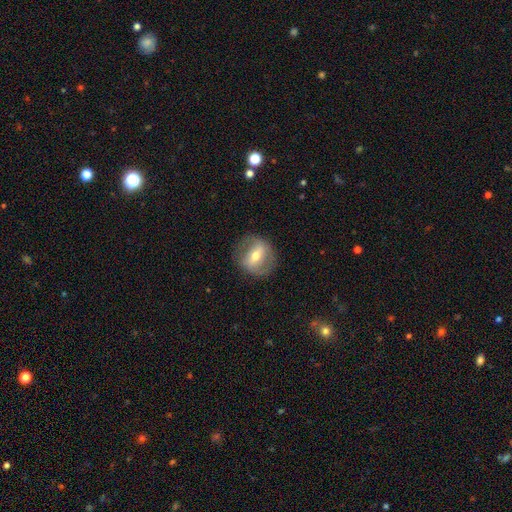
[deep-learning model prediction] Morphology: type=featured or disk (60%); edge-on=no (90%); bar=strong (47%); spiral arms=yes (52%); bulge=moderate (66%); merging=none (78%).